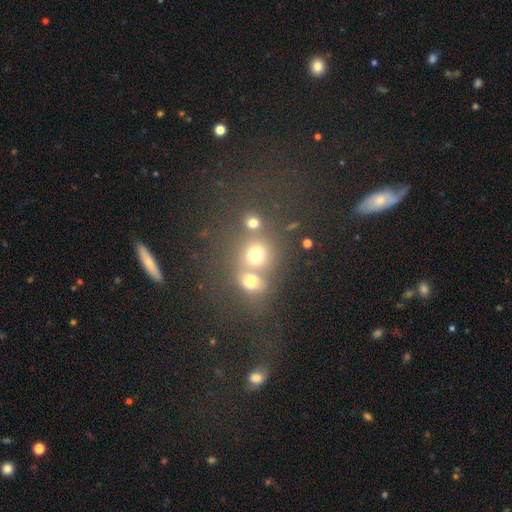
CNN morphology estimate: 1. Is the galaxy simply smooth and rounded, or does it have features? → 64% smooth, 21% star or artifact, 15% featured or disk.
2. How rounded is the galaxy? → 79% round, 20% in between, 1% cigar-shaped.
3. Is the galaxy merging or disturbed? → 48% merger, 40% none, 7% minor disturbance, 4% major disturbance.